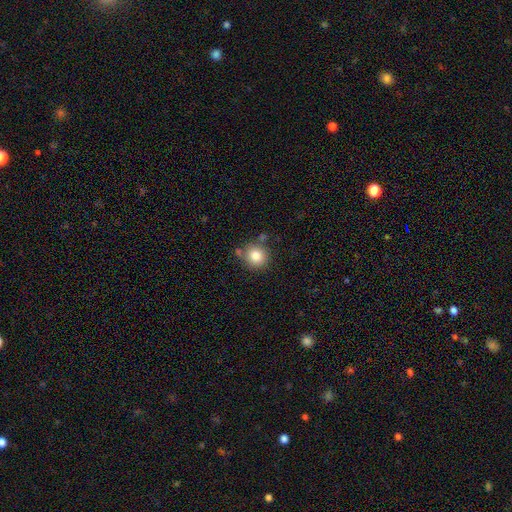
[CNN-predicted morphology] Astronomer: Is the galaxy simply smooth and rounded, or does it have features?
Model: smooth — 81%.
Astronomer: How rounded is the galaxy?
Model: round — 90%.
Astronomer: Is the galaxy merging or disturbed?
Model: none — 74%.